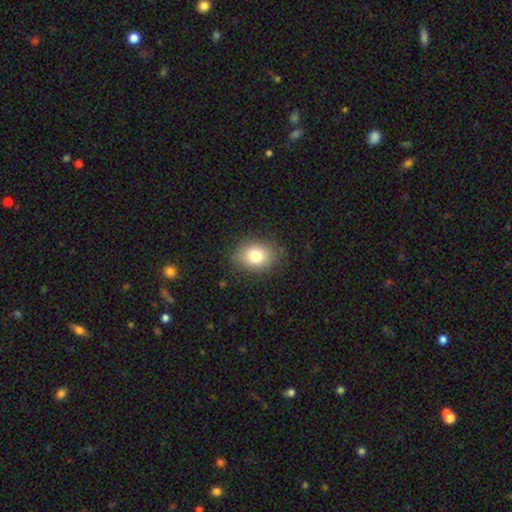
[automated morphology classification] Smooth or featured? smooth (79%)
How rounded? in between (56%)
Merging? none (84%)